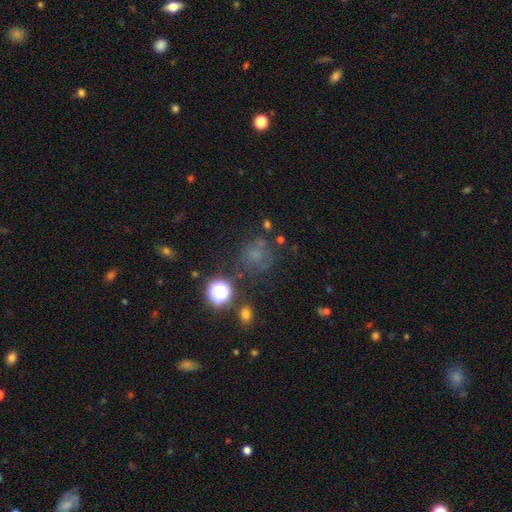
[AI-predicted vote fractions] A smooth galaxy with no disk features (48%).

Vote fractions:
- Smooth or featured? smooth: 48% / star or artifact: 34% / featured or disk: 18%
- Merging? none: 64% / minor disturbance: 17% / major disturbance: 12% / merger: 7%